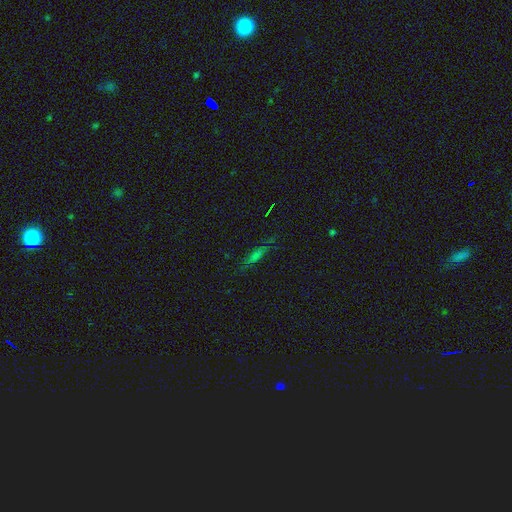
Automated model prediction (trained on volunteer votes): Q: Smooth or featured?
A: smooth (41%); runner-up: featured or disk (37%)
Q: Merging?
A: none (79%); runner-up: minor disturbance (14%)